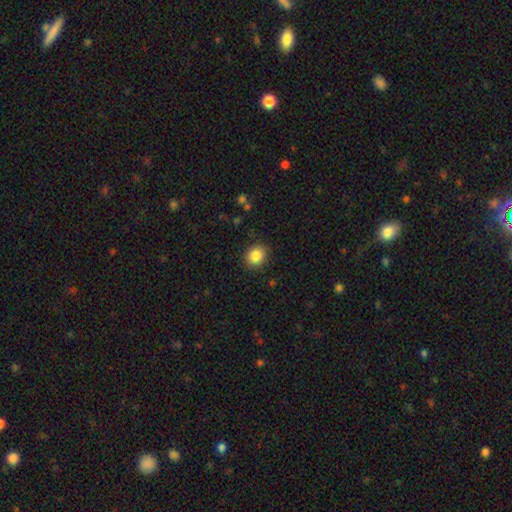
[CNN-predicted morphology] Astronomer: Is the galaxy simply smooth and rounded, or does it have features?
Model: smooth — 85%.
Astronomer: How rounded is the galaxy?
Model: round — 71%.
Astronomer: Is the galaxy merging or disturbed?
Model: none — 88%.